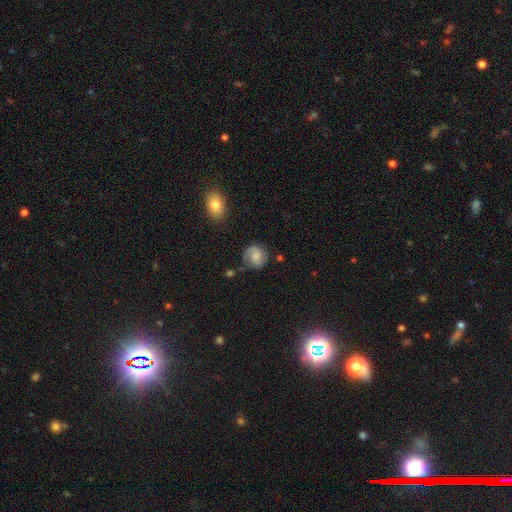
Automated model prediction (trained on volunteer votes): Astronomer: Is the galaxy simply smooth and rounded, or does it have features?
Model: featured or disk — 56% (runner-up: smooth, 36%).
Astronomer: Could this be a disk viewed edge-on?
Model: no — 98%.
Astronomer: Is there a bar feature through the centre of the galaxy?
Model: no — 58% (runner-up: weak, 36%).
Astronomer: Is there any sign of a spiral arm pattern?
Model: yes — 92%.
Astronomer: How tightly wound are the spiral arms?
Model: medium — 43% (runner-up: tight, 40%).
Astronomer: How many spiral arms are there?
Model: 2 — 74%.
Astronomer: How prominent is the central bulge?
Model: moderate — 42% (runner-up: small, 39%).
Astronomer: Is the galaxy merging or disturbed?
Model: none — 71%.